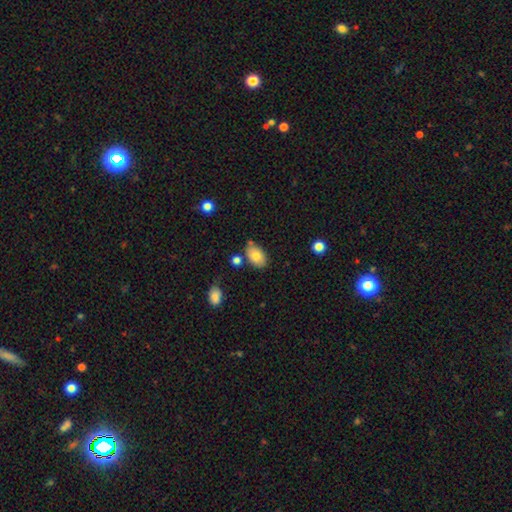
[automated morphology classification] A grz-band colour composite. It shows a smooth galaxy with no disk features (80%) that is in between round and cigar-shaped (91%). Merging: none (73%).